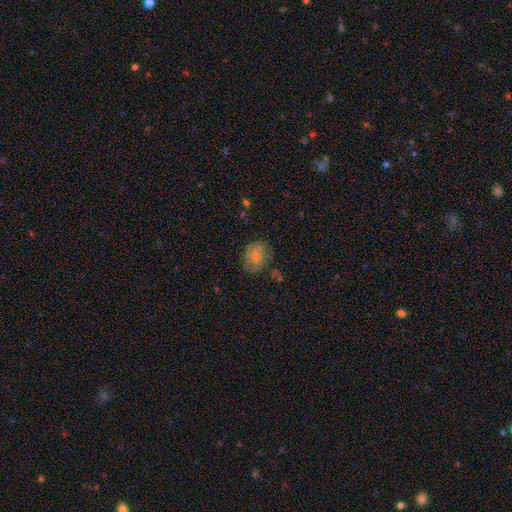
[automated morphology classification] smooth 51%, featured or disk 40%, star or artifact 8%. Down the decision tree: how rounded — round (50%); merging — none (66%).